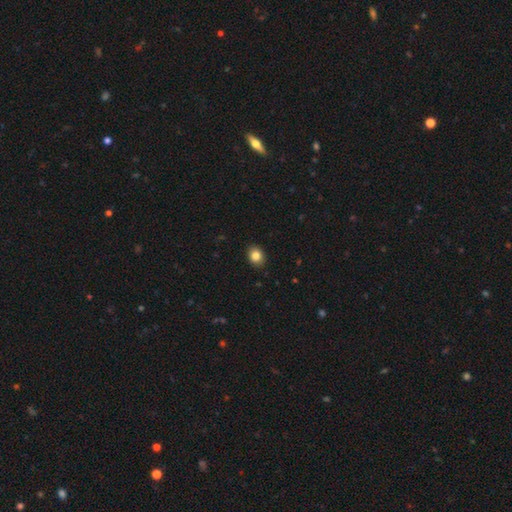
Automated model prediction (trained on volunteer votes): Smooth or featured? smooth (84%)
How rounded? in between (50%)
Merging? none (90%)